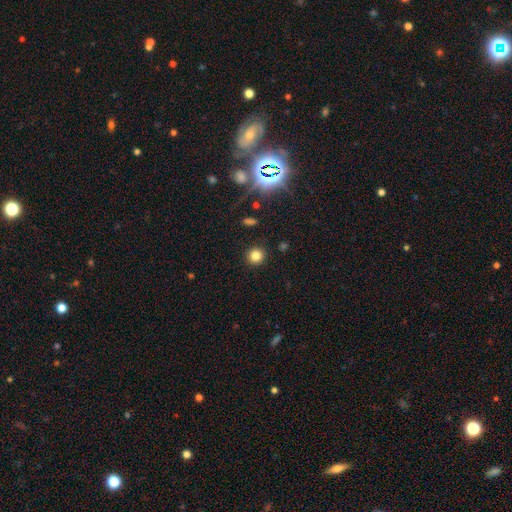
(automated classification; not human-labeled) A smooth galaxy with no disk features (80%) that is round (92%). Merging: none (90%).